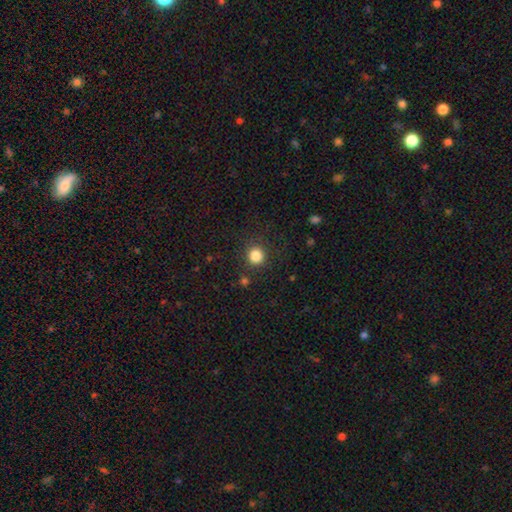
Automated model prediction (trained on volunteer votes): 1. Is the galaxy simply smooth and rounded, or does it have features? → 84% smooth, 12% star or artifact, 4% featured or disk.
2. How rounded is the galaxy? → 92% round, 7% in between, 1% cigar-shaped.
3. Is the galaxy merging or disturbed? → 88% none, 7% minor disturbance, 3% major disturbance, 2% merger.